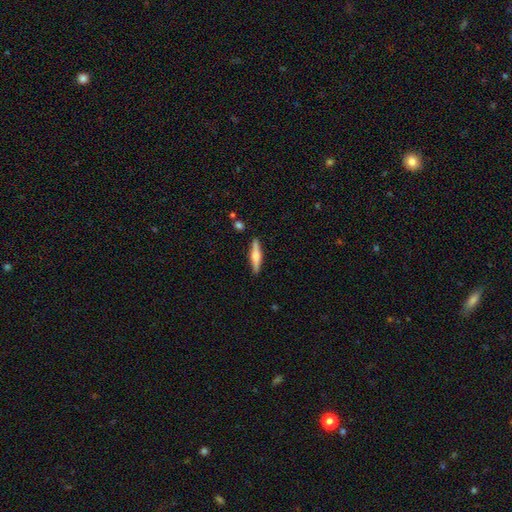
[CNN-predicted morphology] This appears to be a featured or disk galaxy (52%) viewed edge-on (96%) with a rounded central bulge (80%). Merging: none (89%).